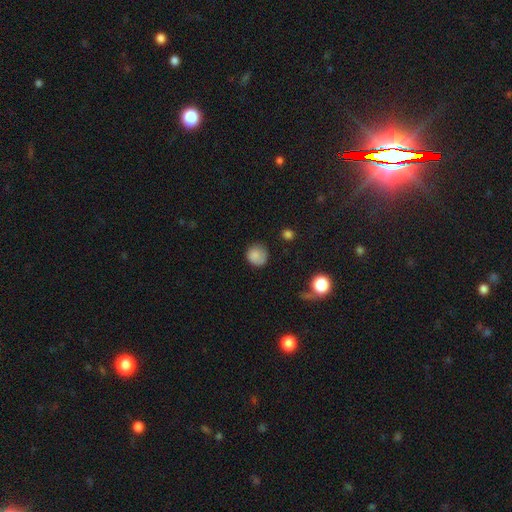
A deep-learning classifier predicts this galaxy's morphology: A smooth galaxy with no disk features (82%) that is round (86%). Merging: none (66%).